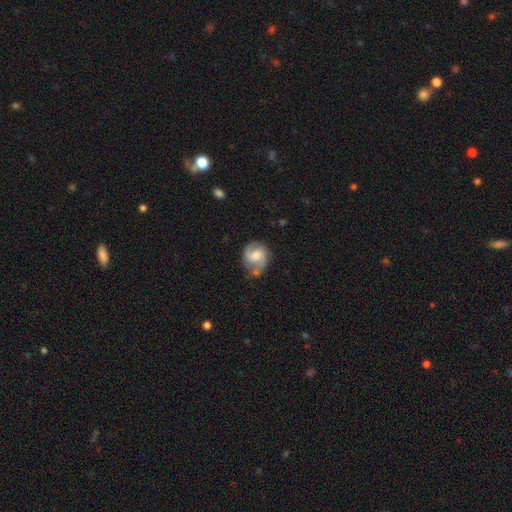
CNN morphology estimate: A featured or disk galaxy (71%) with no bar (46%), 2 (87%) medium (52%) spiral arms (93%) and a moderate central bulge (58%). Merging: none (66%).